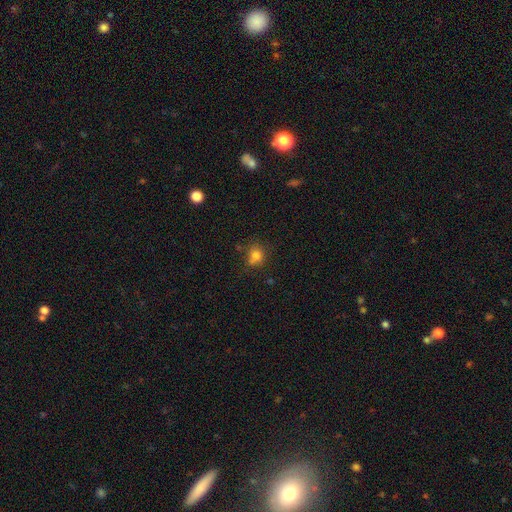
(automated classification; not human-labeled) smooth 77%, star or artifact 14%, featured or disk 9%. Down the decision tree: how rounded — round (71%); merging — none (61%).